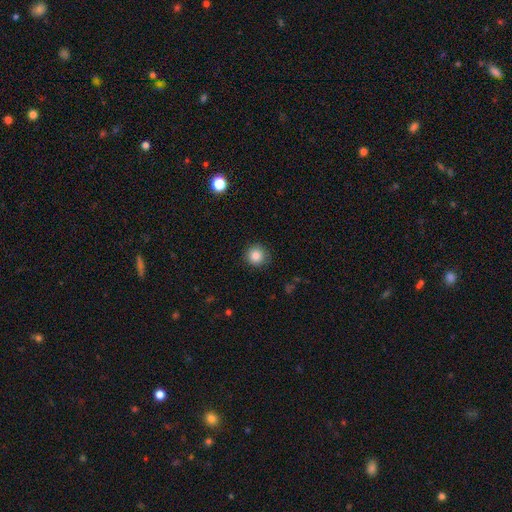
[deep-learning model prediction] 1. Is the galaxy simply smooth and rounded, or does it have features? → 85% smooth, 10% star or artifact, 5% featured or disk.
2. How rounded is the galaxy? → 95% round, 4% in between, 1% cigar-shaped.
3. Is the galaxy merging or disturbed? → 89% none, 8% minor disturbance, 2% major disturbance, 1% merger.